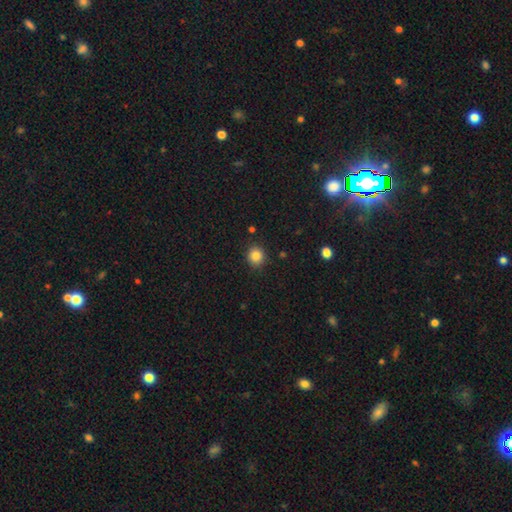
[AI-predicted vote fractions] Smooth or featured? smooth (84%)
How rounded? round (87%)
Merging? none (89%)